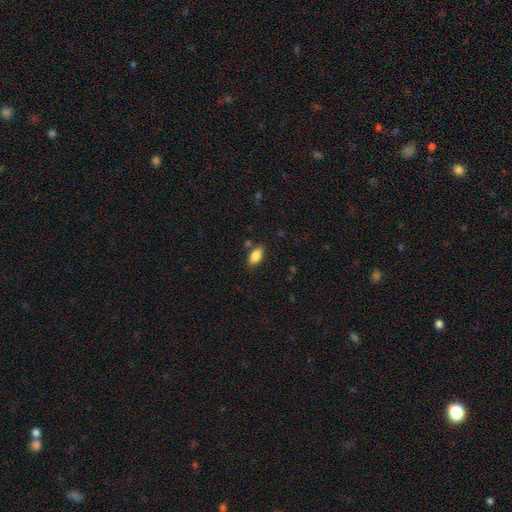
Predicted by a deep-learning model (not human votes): Q: Smooth or featured?
A: smooth (85%); runner-up: star or artifact (7%)
Q: How rounded?
A: in between (90%); runner-up: cigar-shaped (7%)
Q: Merging?
A: none (82%); runner-up: minor disturbance (11%)